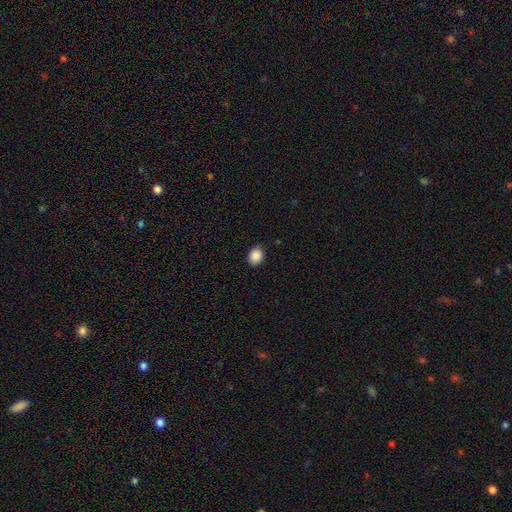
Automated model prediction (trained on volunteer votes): Q: Smooth or featured?
A: smooth (89%); runner-up: star or artifact (9%)
Q: How rounded?
A: round (51%); runner-up: in between (48%)
Q: Merging?
A: none (85%); runner-up: minor disturbance (11%)